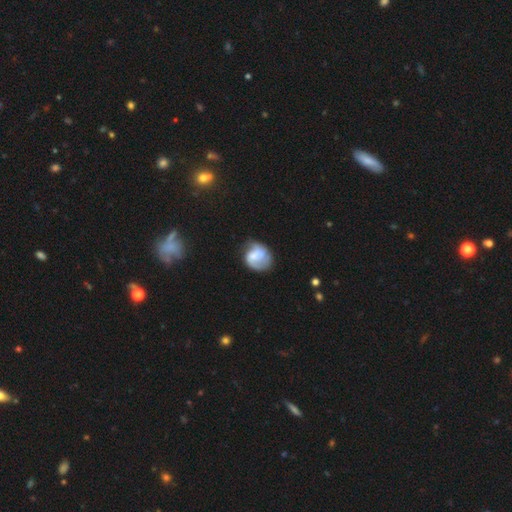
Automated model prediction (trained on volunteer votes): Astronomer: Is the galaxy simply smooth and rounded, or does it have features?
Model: featured or disk — 52% (runner-up: smooth, 40%).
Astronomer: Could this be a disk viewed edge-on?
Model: no — 98%.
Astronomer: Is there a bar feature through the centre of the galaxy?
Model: no — 50% (runner-up: weak, 38%).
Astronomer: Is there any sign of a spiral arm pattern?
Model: yes — 76%.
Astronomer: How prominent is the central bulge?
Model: none — 35% (runner-up: small, 30%).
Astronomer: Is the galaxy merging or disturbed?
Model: none — 52% (runner-up: minor disturbance, 28%).